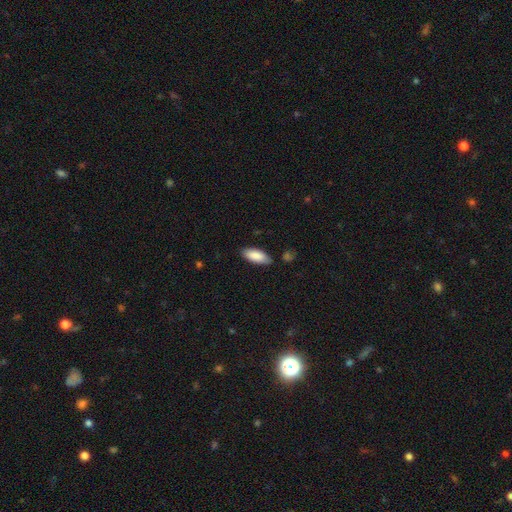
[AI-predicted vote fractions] smooth 86%, featured or disk 8%, star or artifact 6%. Down the decision tree: how rounded — in between (81%); merging — none (79%).